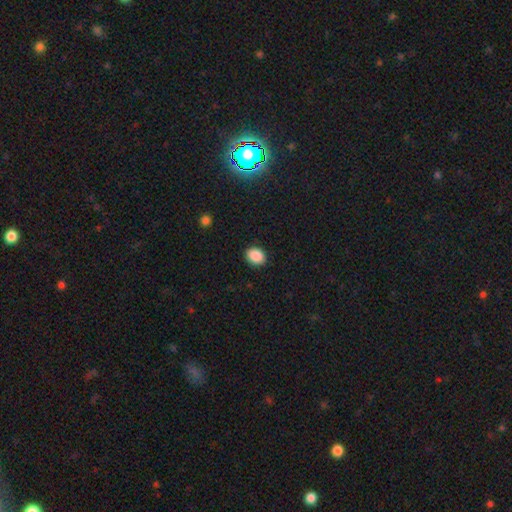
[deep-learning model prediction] Q: Smooth or featured?
A: smooth (89%); runner-up: star or artifact (8%)
Q: How rounded?
A: in between (57%); runner-up: round (42%)
Q: Merging?
A: none (90%); runner-up: minor disturbance (7%)